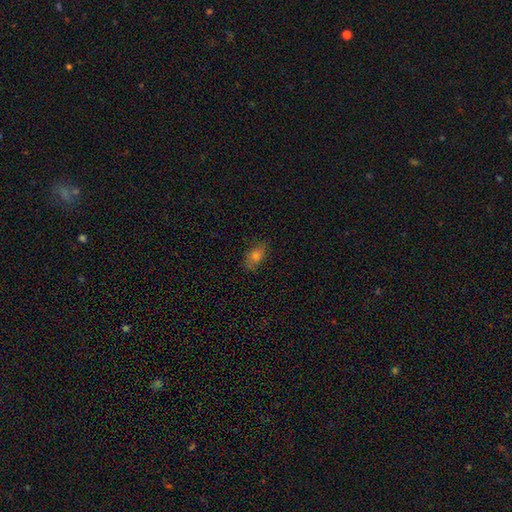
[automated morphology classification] The model was most divided on "smooth or featured": smooth: 70%, featured or disk: 16%, star or artifact: 15%. More confident: how rounded — in between (82%); merging — none (79%).